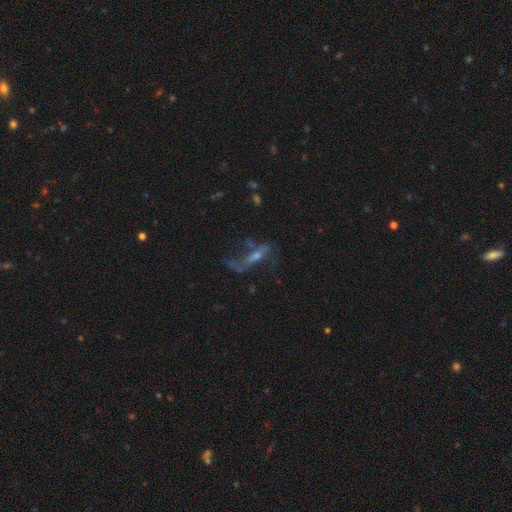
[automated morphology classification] Smooth or featured? Predicted: featured or disk (p=0.61). Edge-on disk? Predicted: no (p=0.69). Merging? Predicted: none (p=0.40).